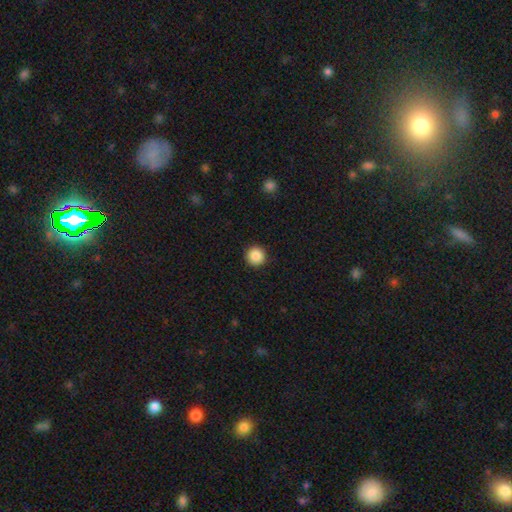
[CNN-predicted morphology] smooth 88%, star or artifact 9%, featured or disk 3%. Down the decision tree: how rounded — round (96%); merging — none (93%).